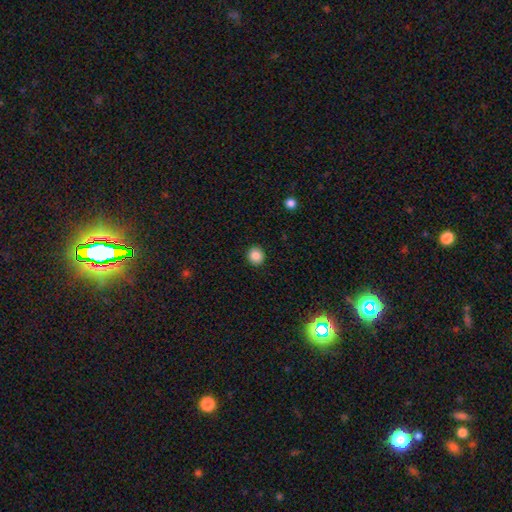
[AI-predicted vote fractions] Smooth or featured? smooth (87%)
How rounded? round (89%)
Merging? none (92%)